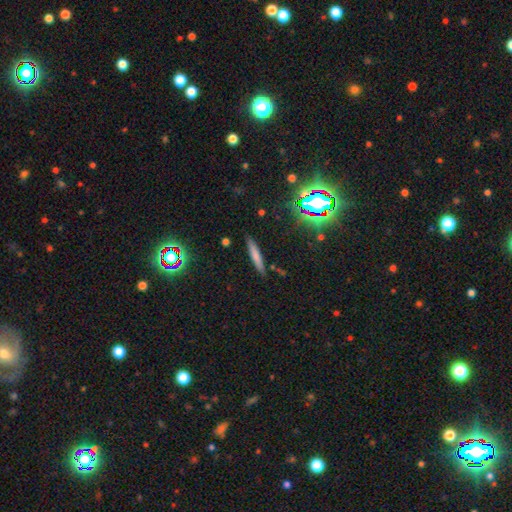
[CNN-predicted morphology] Overall: smooth (67%). How rounded: cigar-shaped (92%). Merging: none (86%).